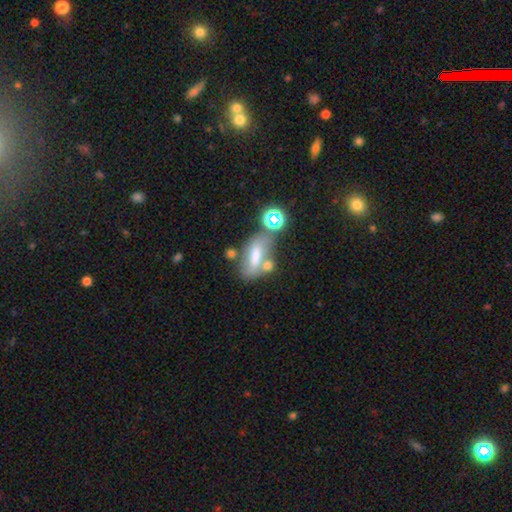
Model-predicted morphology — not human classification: Overall: smooth (51%; featured or disk 33%). How rounded: in between (72%). Merging: none (46%; merger 25%).